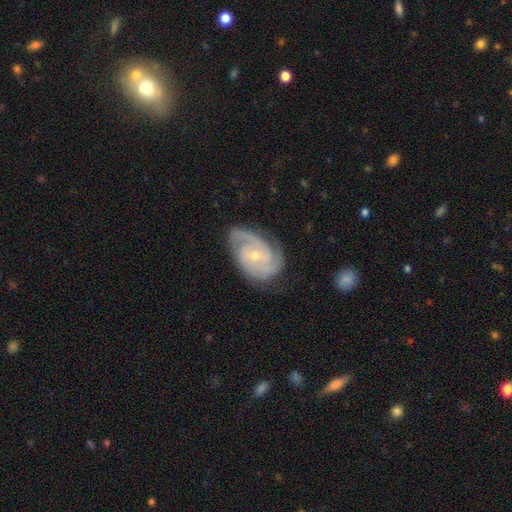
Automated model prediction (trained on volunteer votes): Q: Smooth or featured?
A: featured or disk (88%); runner-up: smooth (7%)
Q: Edge-on disk?
A: no (97%); runner-up: yes (3%)
Q: Bar?
A: no (61%); runner-up: weak (32%)
Q: Spiral arms?
A: yes (98%); runner-up: no (2%)
Q: Spiral winding?
A: tight (55%); runner-up: medium (38%)
Q: Spiral arm count?
A: 3 (40%); runner-up: 2 (36%)
Q: Bulge size?
A: small (65%); runner-up: moderate (32%)
Q: Merging?
A: none (72%); runner-up: minor disturbance (20%)